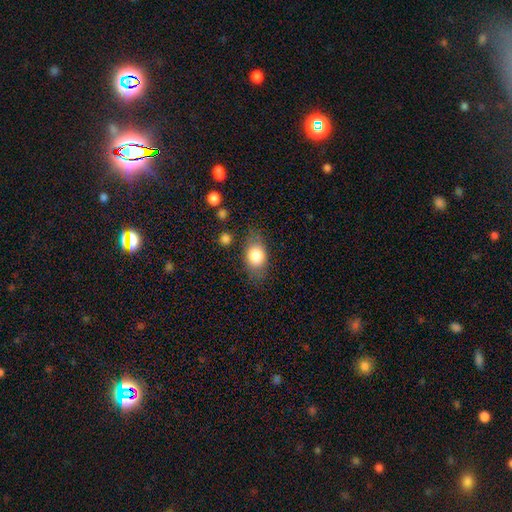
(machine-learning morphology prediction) smooth-or-featured: smooth: 81% | featured or disk: 12% | star or artifact: 8%
  how-rounded: in between: 75% | round: 22% | cigar-shaped: 2%
  merging: none: 72% | minor disturbance: 19% | major disturbance: 6% | merger: 3%